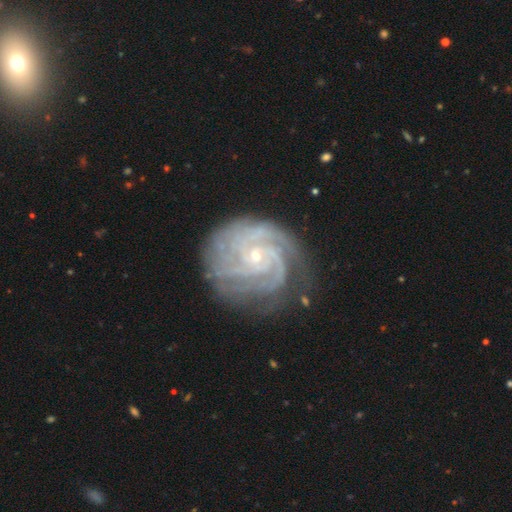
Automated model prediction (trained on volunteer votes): The model was most divided on "spiral arm count": 3: 26%, 4: 24%, can't tell: 18%, 2: 14%, more than 4: 10%, 1: 7%. More confident: spiral arms — yes (98%); edge-on disk — no (98%); smooth or featured — featured or disk (90%); bulge size — small (82%); spiral winding — tight (74%); merging — none (71%); bar — no (71%).